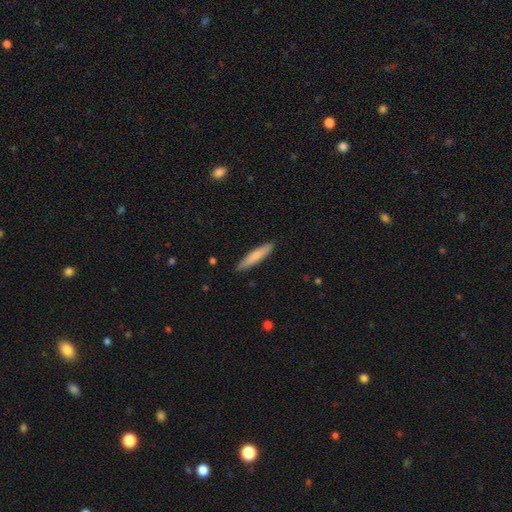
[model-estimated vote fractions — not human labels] smooth-or-featured: smooth: 73% | featured or disk: 22% | star or artifact: 5%
  how-rounded: cigar-shaped: 88% | in between: 11% | round: 1%
  merging: none: 89% | minor disturbance: 8% | major disturbance: 1% | merger: 1%